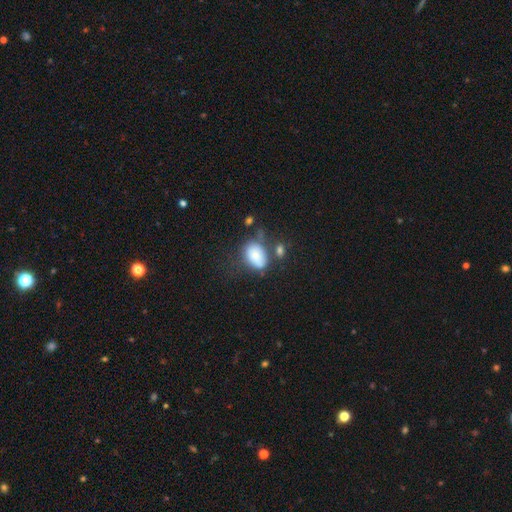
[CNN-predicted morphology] Q: Smooth or featured?
A: smooth (79%); runner-up: featured or disk (13%)
Q: How rounded?
A: in between (85%); runner-up: round (14%)
Q: Merging?
A: none (45%); runner-up: minor disturbance (26%)